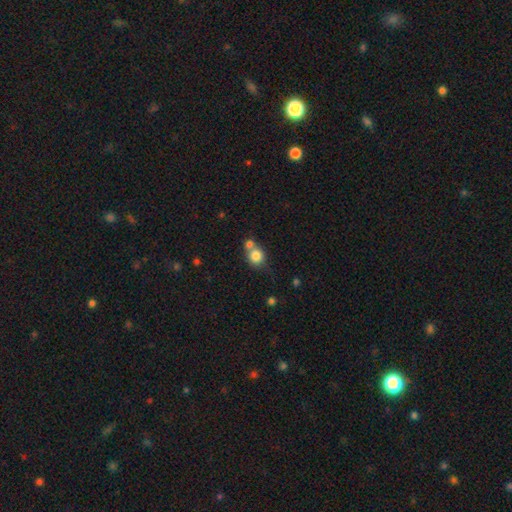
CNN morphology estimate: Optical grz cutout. It shows a smooth galaxy with no disk features (81%) that is round (82%). Merging: none (46%).